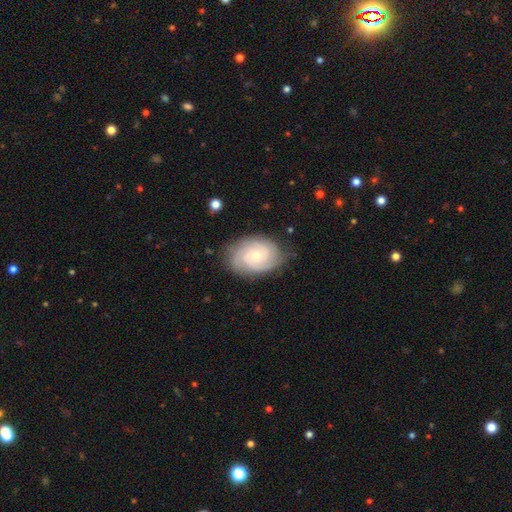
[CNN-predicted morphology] Smooth or featured?
  - featured or disk: 80% *
  - smooth: 14%
  - star or artifact: 6%
Edge-on disk?
  - no: 97% *
  - yes: 3%
Bar?
  - no: 71% *
  - weak: 25%
  - strong: 4%
Spiral arms?
  - yes: 97% *
  - no: 3%
Spiral winding?
  - tight: 70% *
  - medium: 26%
  - loose: 4%
Spiral arm count?
  - 3: 32% *
  - can't tell: 23%
  - 2: 22%
  - 4: 14%
  - more than 4: 5%
  - 1: 4%
Bulge size?
  - small: 61% *
  - moderate: 33%
  - none: 2%
  - large: 2%
  - dominant: 1%
Merging?
  - none: 77% *
  - minor disturbance: 17%
  - major disturbance: 5%
  - merger: 1%